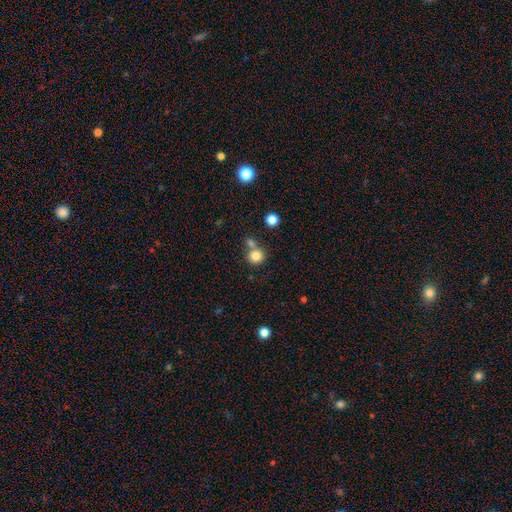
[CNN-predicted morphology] Overall: smooth (81%). How rounded: round (88%). Merging: none (59%; merger 29%).